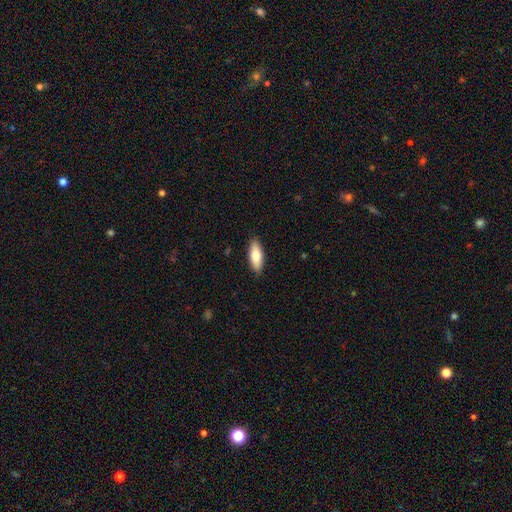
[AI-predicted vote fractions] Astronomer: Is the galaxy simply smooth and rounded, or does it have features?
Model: smooth — 77%.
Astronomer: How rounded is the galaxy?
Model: in between — 69%.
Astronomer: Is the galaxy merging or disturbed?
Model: none — 89%.